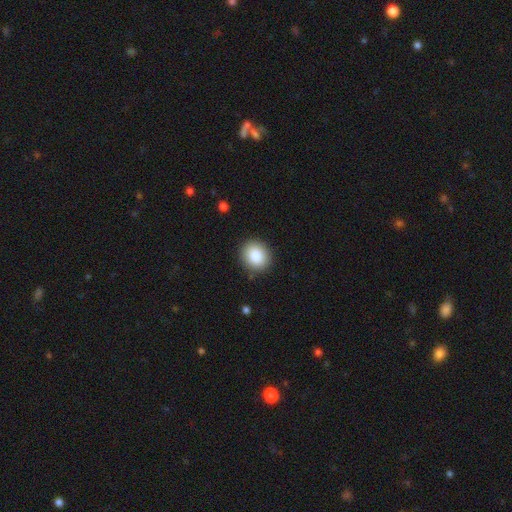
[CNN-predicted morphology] Smooth or featured: smooth — 85% (star or artifact — 8%)
How rounded: round — 79% (in between — 20%)
Merging: none — 90% (minor disturbance — 7%)